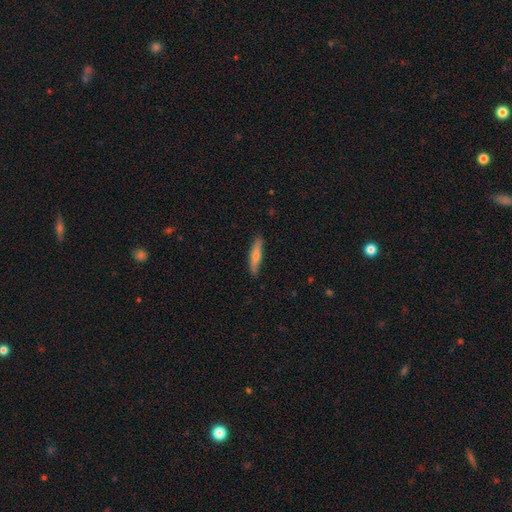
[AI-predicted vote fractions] This appears to be a smooth galaxy with no disk features (54%) that is cigar-shaped (87%). Merging: none (88%).